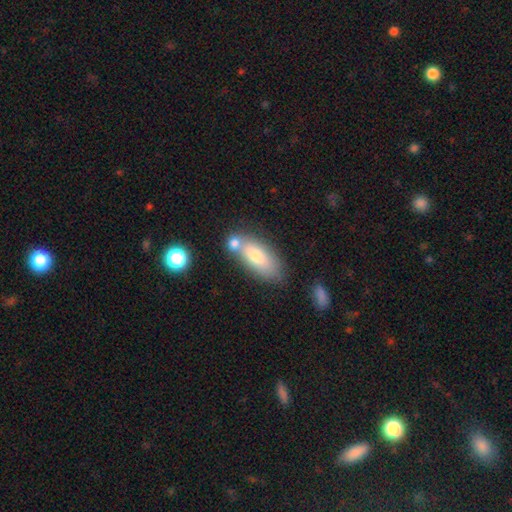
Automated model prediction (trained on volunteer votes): Smooth or featured: smooth — 73% (featured or disk — 19%)
How rounded: in between — 81% (cigar-shaped — 16%)
Merging: none — 57% (merger — 24%)